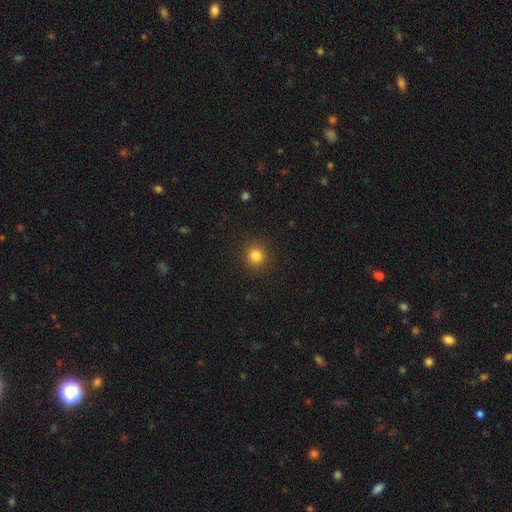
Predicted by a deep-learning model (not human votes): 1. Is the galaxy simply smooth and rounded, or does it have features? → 83% smooth, 12% star or artifact, 5% featured or disk.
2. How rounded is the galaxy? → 92% round, 7% in between, 1% cigar-shaped.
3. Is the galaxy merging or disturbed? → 91% none, 6% minor disturbance, 2% major disturbance, 1% merger.